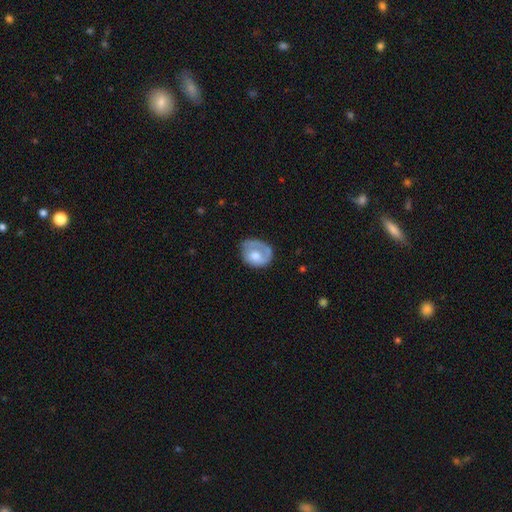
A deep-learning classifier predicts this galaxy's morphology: Overall: smooth (47%, tied with featured or disk). Merging: none (48%; minor disturbance 27%).